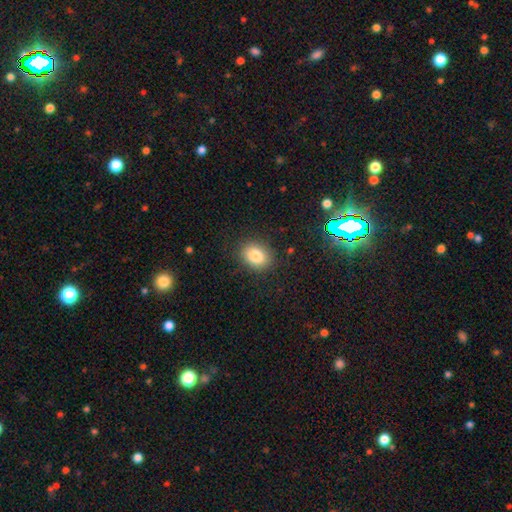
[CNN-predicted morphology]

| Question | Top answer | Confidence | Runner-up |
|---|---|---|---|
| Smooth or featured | smooth | 82% | star or artifact (10%) |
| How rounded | in between | 56% | round (43%) |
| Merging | none | 86% | minor disturbance (10%) |